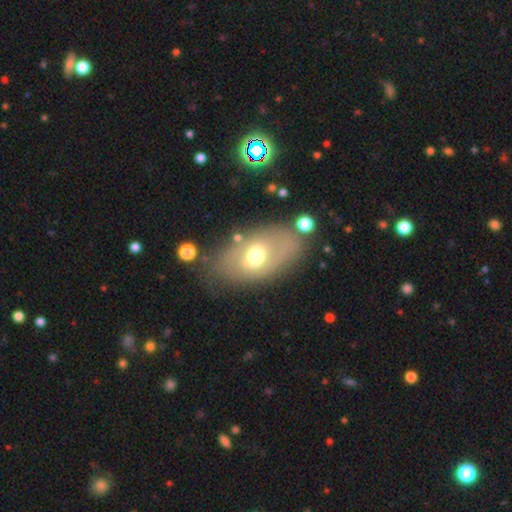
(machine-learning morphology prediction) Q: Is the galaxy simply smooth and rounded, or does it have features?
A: smooth — 49%.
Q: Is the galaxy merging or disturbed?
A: none — 69%.